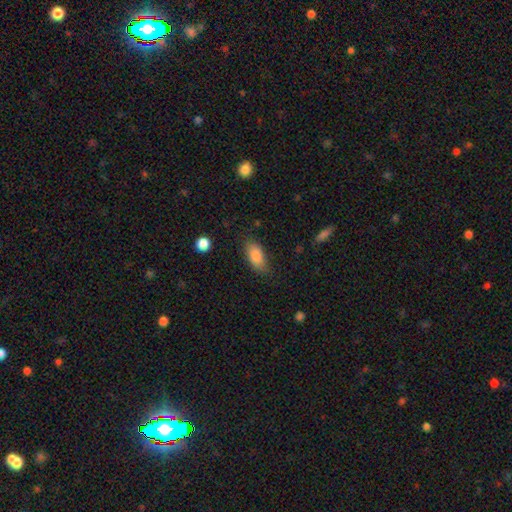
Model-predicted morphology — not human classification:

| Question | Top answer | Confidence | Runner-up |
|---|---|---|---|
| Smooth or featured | smooth | 85% | featured or disk (8%) |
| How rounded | in between | 87% | cigar-shaped (9%) |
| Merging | none | 75% | minor disturbance (18%) |